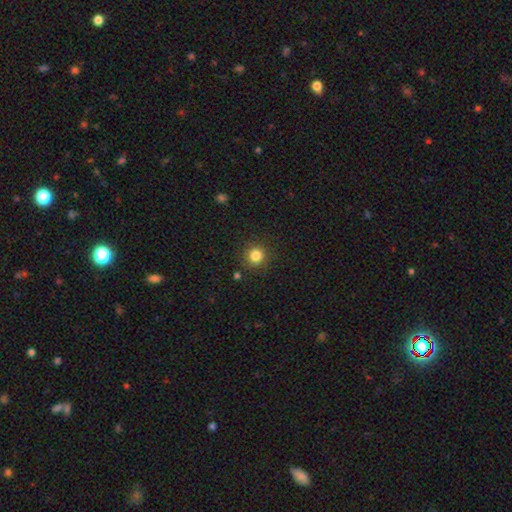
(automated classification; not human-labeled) smooth_or_featured: smooth (p=0.83) [alt: star or artifact p=0.12]
how_rounded: round (p=0.93) [alt: in between p=0.06]
merging: none (p=0.88) [alt: minor disturbance p=0.07]